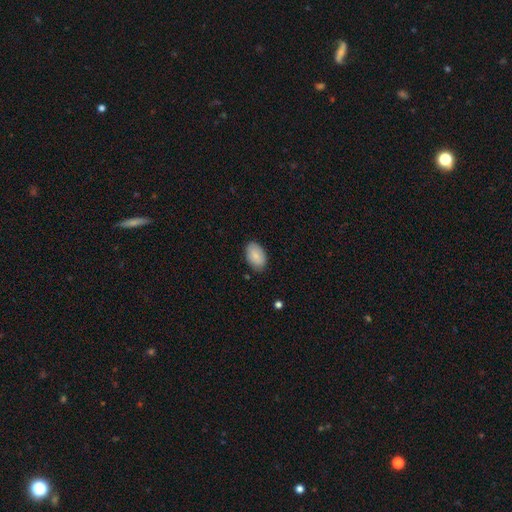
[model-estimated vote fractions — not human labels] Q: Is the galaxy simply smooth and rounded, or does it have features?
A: smooth — 84%.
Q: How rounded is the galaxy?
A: in between — 92%.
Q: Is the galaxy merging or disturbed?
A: none — 83%.